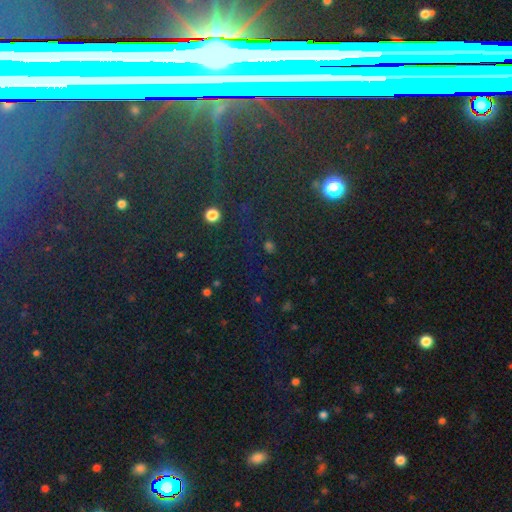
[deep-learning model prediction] A star or artifact, not a galaxy (76%).

Vote fractions:
- Smooth or featured? star or artifact: 76% / featured or disk: 13% / smooth: 11%